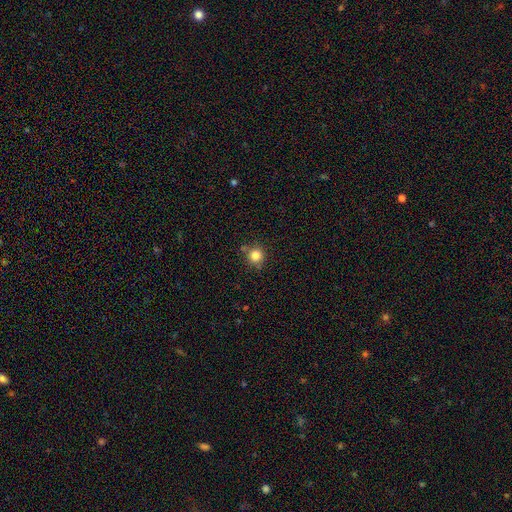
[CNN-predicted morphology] This is clearly a smooth galaxy (83%). How rounded: clearly round (93%). Merging: likely none (78%).